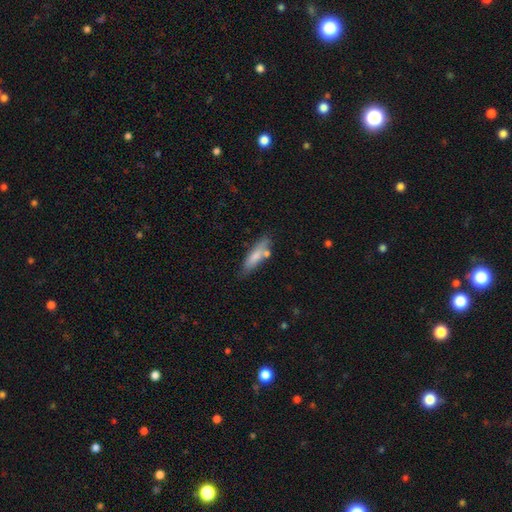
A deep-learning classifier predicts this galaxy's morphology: A smooth galaxy with no disk features (72%) that is cigar-shaped (61%). Merging: none (67%).